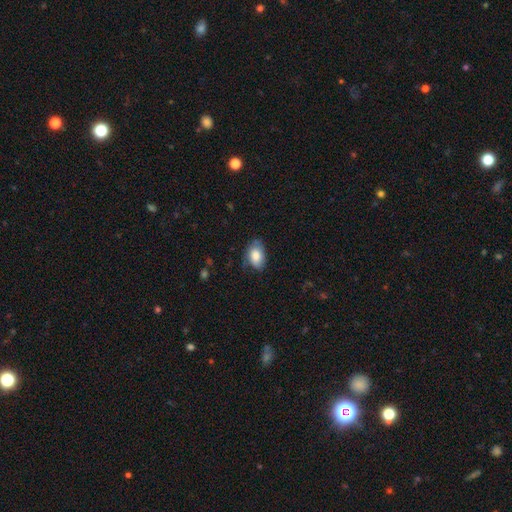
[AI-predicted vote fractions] Smooth or featured?
  - smooth: 81% *
  - featured or disk: 12%
  - star or artifact: 7%
How rounded?
  - in between: 89% *
  - round: 10%
  - cigar-shaped: 1%
Merging?
  - none: 65% *
  - minor disturbance: 27%
  - major disturbance: 6%
  - merger: 2%